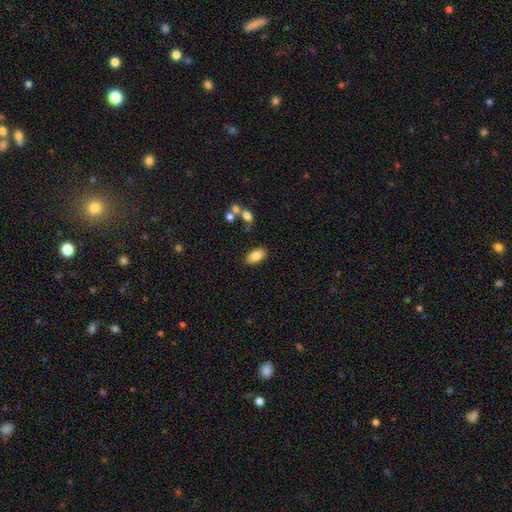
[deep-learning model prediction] This is clearly a smooth galaxy (83%). How rounded: clearly in between (93%). Merging: clearly none (83%).